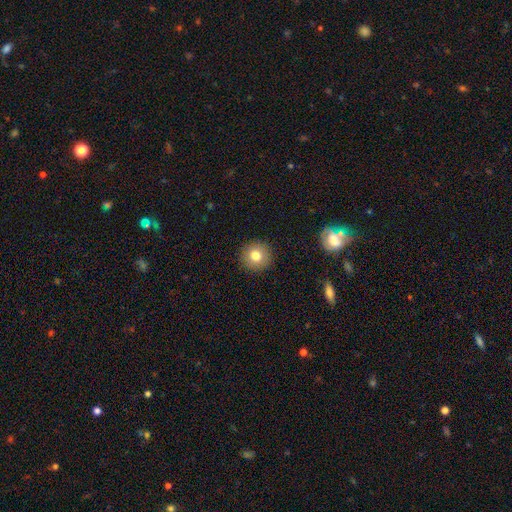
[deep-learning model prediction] This appears to be a smooth galaxy with no disk features (79%) that is round (93%). Merging: none (91%).